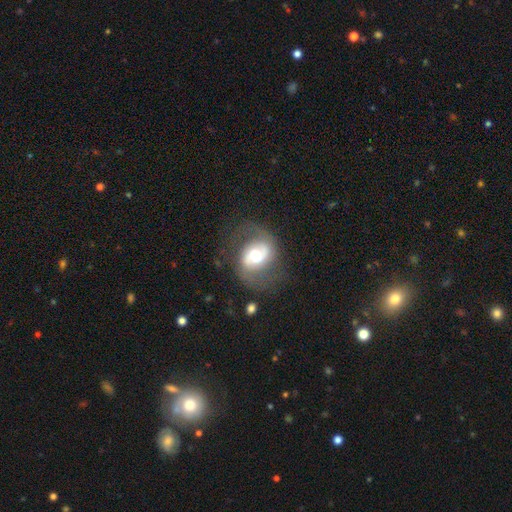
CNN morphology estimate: smooth_or_featured: featured or disk (p=0.66) [alt: smooth p=0.27]
disk_edge_on: no (p=0.96) [alt: yes p=0.04]
bar: no (p=0.42) [alt: weak p=0.37]
has_spiral_arms: yes (p=0.80) [alt: no p=0.20]
spiral_winding: medium (p=0.43) [tied with: loose p=0.43]
spiral_arm_count: 2 (p=0.85) [alt: 1 p=0.06]
bulge_size: moderate (p=0.63) [alt: large p=0.25]
merging: none (p=0.62) [alt: minor disturbance p=0.19]